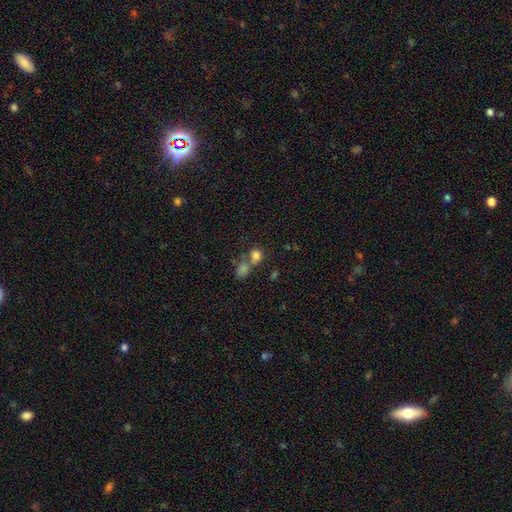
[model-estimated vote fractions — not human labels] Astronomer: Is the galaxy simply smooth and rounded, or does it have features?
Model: smooth — 78%.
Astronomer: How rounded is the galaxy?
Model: round — 72%.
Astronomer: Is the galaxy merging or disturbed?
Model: merger — 44% (runner-up: none, 43%).